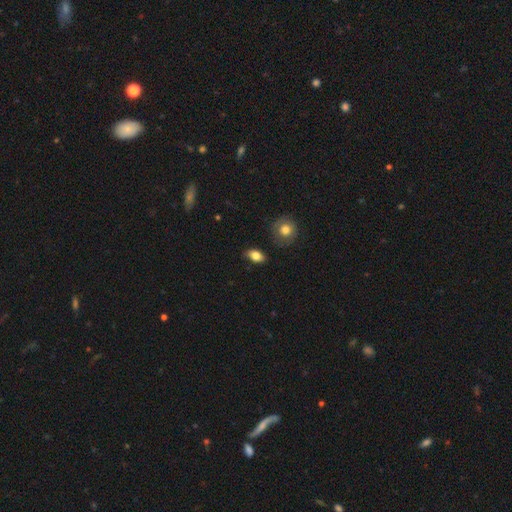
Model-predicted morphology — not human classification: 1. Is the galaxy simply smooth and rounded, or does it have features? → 81% smooth, 11% featured or disk, 8% star or artifact.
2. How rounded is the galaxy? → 84% in between, 13% round, 3% cigar-shaped.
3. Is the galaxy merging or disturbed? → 77% none, 17% minor disturbance, 4% major disturbance, 2% merger.